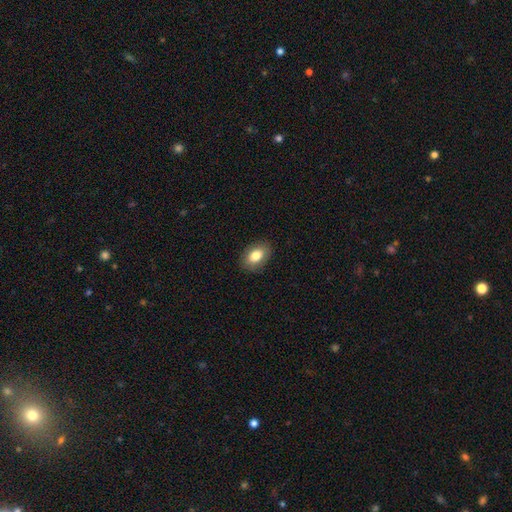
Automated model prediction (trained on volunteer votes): smooth-or-featured: smooth: 81% | featured or disk: 11% | star or artifact: 8%
  how-rounded: in between: 84% | round: 14% | cigar-shaped: 1%
  merging: none: 88% | minor disturbance: 9% | major disturbance: 2% | merger: 1%